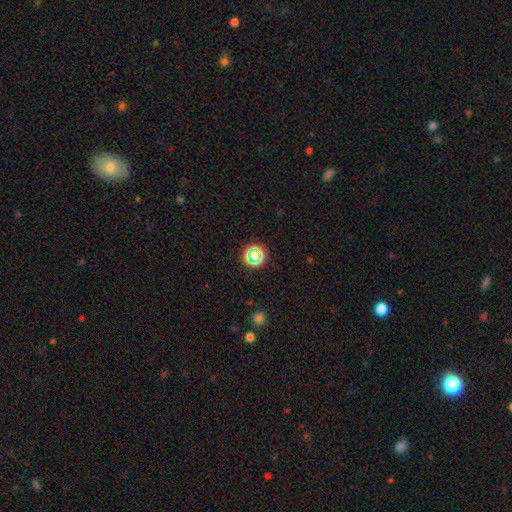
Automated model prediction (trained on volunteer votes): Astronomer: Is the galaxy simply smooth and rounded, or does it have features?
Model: star or artifact — 62%.